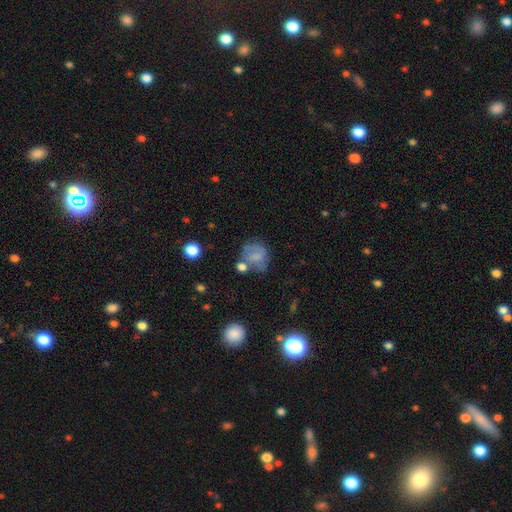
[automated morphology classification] Smooth or featured? smooth (55%)
How rounded? round (62%)
Merging? none (42%)